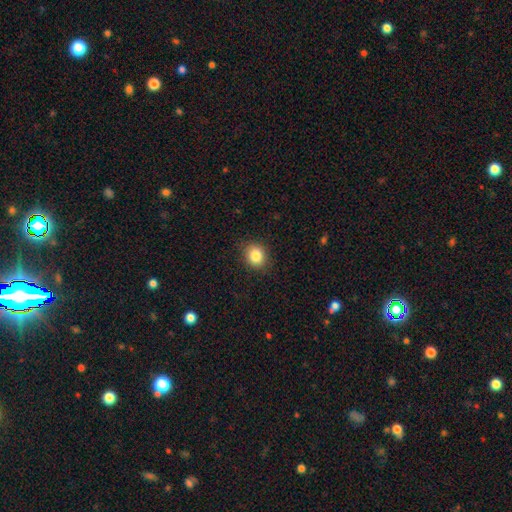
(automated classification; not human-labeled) Smooth or featured?
  - smooth: 85% *
  - star or artifact: 10%
  - featured or disk: 5%
How rounded?
  - round: 69% *
  - in between: 30%
  - cigar-shaped: 1%
Merging?
  - none: 87% *
  - minor disturbance: 9%
  - major disturbance: 3%
  - merger: 1%